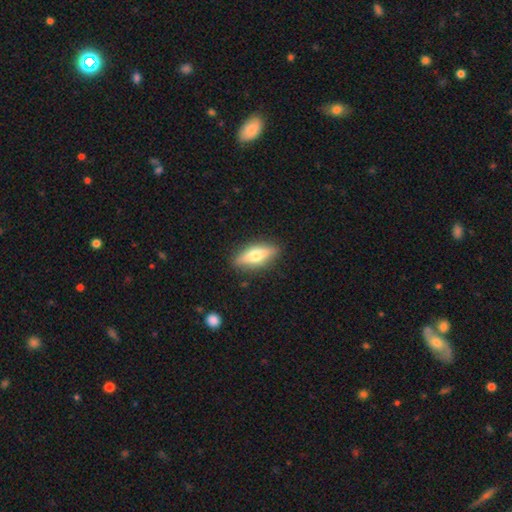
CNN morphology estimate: Smooth or featured? smooth (50%)
How rounded? in between (54%)
Merging? none (88%)